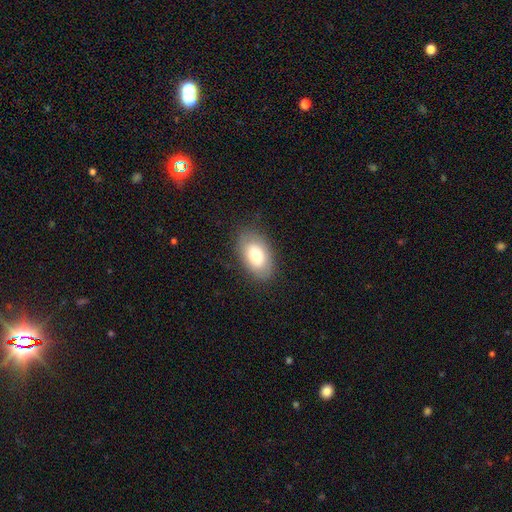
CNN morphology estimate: type=smooth (74%); roundness=in between (93%); merging=none (82%).